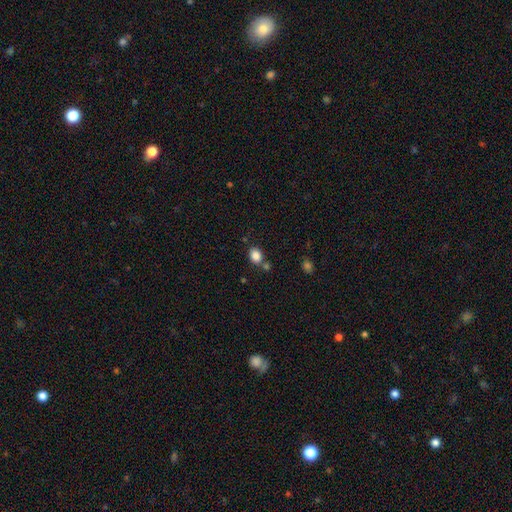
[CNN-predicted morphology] Smooth or featured?
  - smooth: 86% *
  - star or artifact: 10%
  - featured or disk: 4%
How rounded?
  - in between: 57% *
  - round: 42%
  - cigar-shaped: 1%
Merging?
  - none: 71% *
  - merger: 14%
  - minor disturbance: 11%
  - major disturbance: 4%